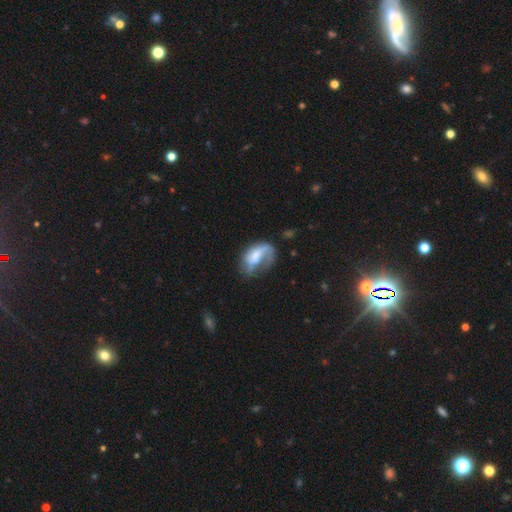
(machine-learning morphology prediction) Overall: featured or disk (50%; smooth 42%). Edge-on disk: no (95%). Merging: major disturbance (40%; none 32%).